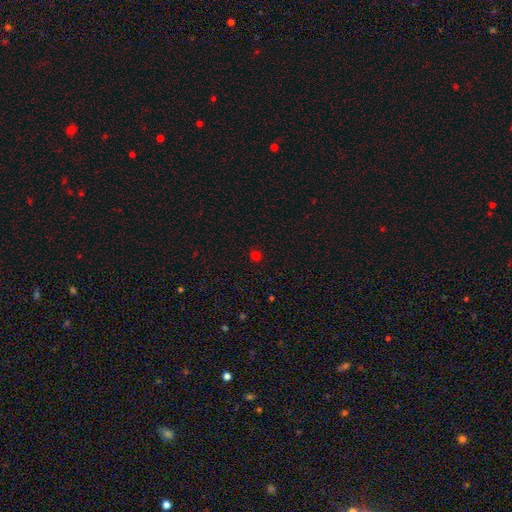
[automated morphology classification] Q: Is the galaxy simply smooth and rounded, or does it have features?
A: smooth — 73%.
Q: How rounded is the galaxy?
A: round — 90%.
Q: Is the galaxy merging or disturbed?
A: none — 91%.